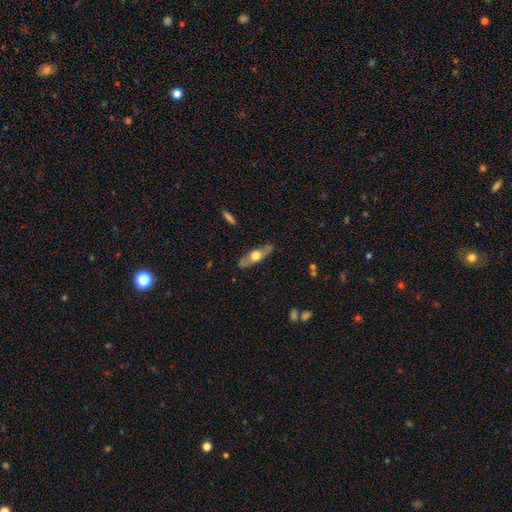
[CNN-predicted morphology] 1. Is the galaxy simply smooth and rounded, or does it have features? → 53% featured or disk, 42% smooth, 6% star or artifact.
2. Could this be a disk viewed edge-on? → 69% yes, 31% no.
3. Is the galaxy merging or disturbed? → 80% none, 15% minor disturbance, 3% major disturbance, 2% merger.